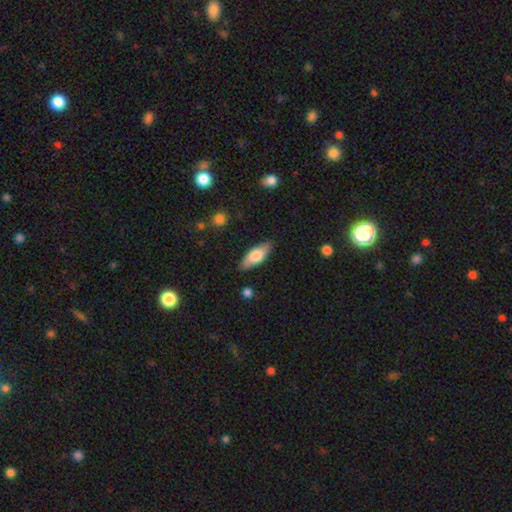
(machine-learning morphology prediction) This is likely a smooth galaxy (69%). How rounded: likely in between (69%). Merging: clearly none (86%).